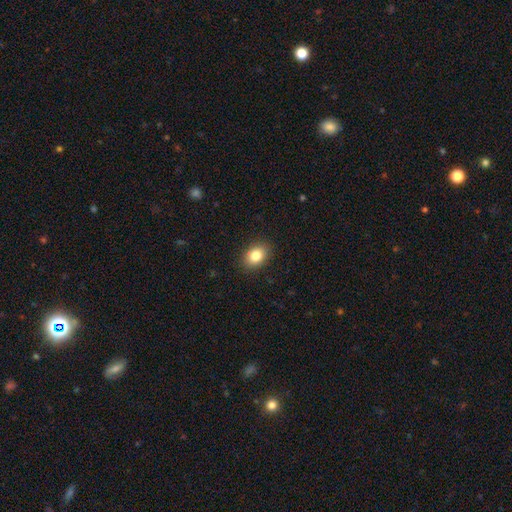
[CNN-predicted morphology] type=smooth (83%); roundness=in between (70%); merging=none (89%).